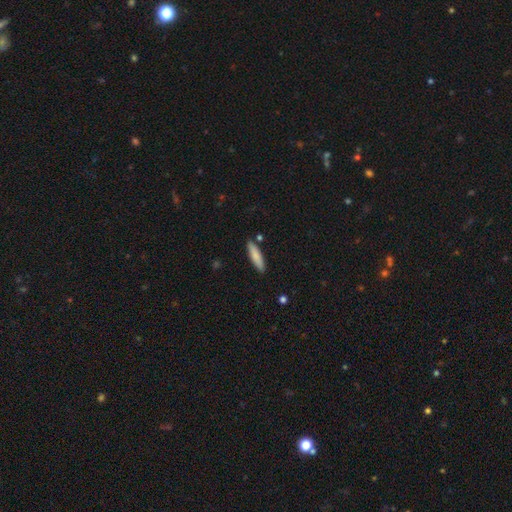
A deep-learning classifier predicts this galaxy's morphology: Overall: smooth (81%). How rounded: cigar-shaped (77%). Merging: none (86%).